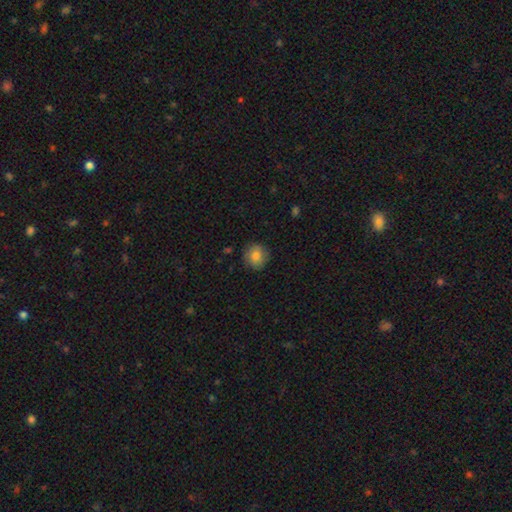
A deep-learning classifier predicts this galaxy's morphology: Overall: smooth (82%). How rounded: round (88%). Merging: none (86%).